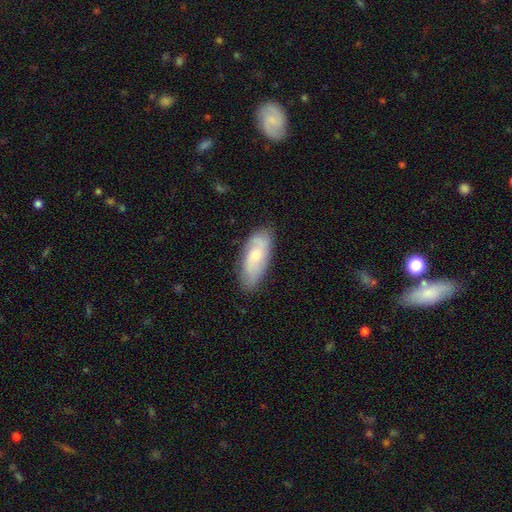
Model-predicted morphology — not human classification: Q: Smooth or featured?
A: featured or disk (50%); runner-up: smooth (43%)
Q: Edge-on disk?
A: no (88%); runner-up: yes (12%)
Q: Merging?
A: none (76%); runner-up: minor disturbance (19%)